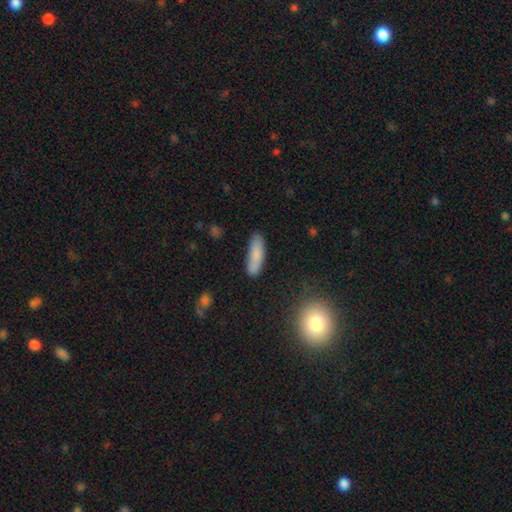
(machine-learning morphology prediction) The model was most divided on "how rounded": cigar-shaped: 59%, in between: 39%, round: 2%. More confident: smooth or featured — smooth (82%); merging — none (79%).